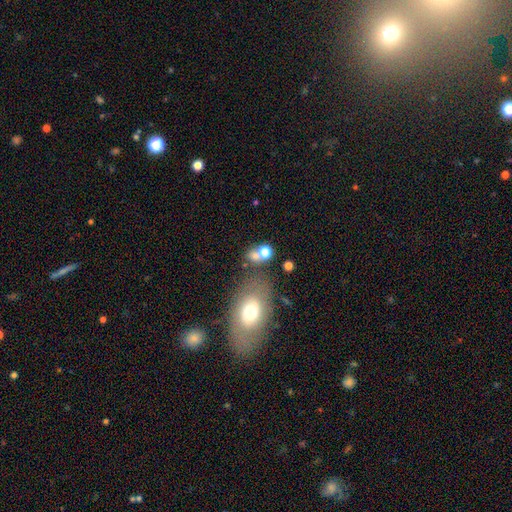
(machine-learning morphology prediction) The model was most divided on "merging": none: 40%, merger: 38%, minor disturbance: 13%, major disturbance: 10%. More confident: smooth or featured — smooth (71%); how rounded — round (54%).